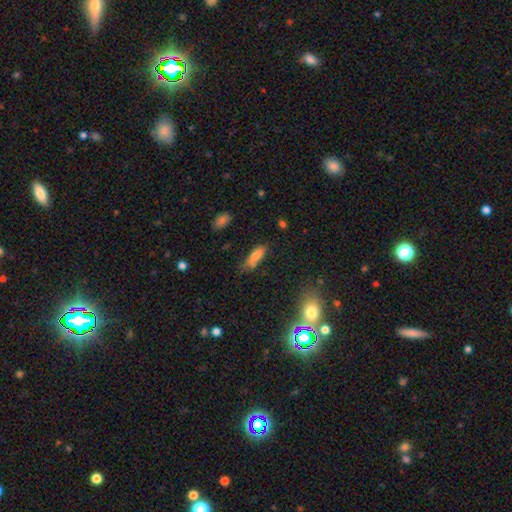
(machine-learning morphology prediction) type=smooth (76%); roundness=in between (65%); merging=none (53%).